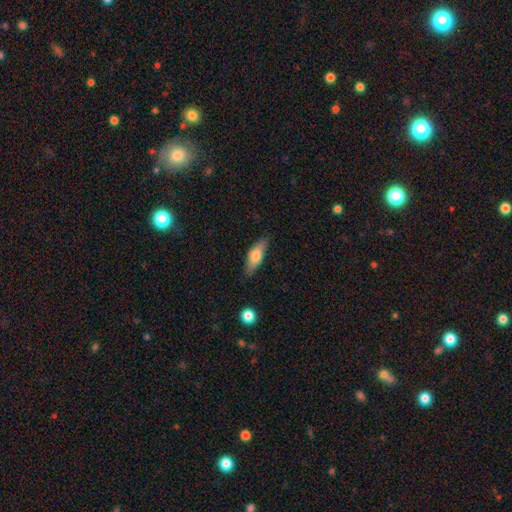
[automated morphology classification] A smooth galaxy with no disk features (64%) that is in between round and cigar-shaped (61%).

Vote fractions:
- Smooth or featured? smooth: 64% / featured or disk: 29% / star or artifact: 6%
- How rounded? in between: 61% / cigar-shaped: 36% / round: 3%
- Merging? none: 79% / minor disturbance: 16% / major disturbance: 3% / merger: 2%